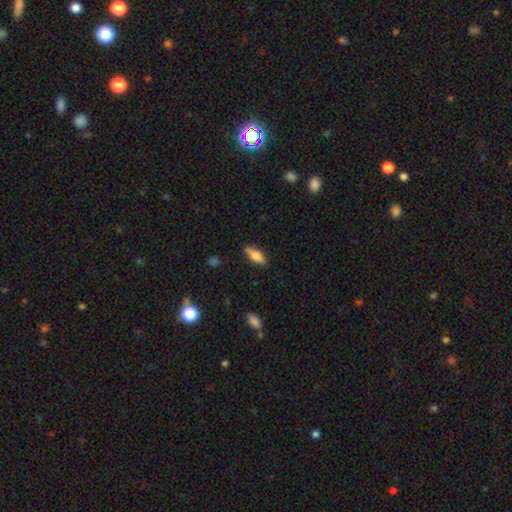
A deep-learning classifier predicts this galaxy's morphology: smooth 77%, featured or disk 16%, star or artifact 7%. Down the decision tree: how rounded — in between (68%); merging — none (84%).